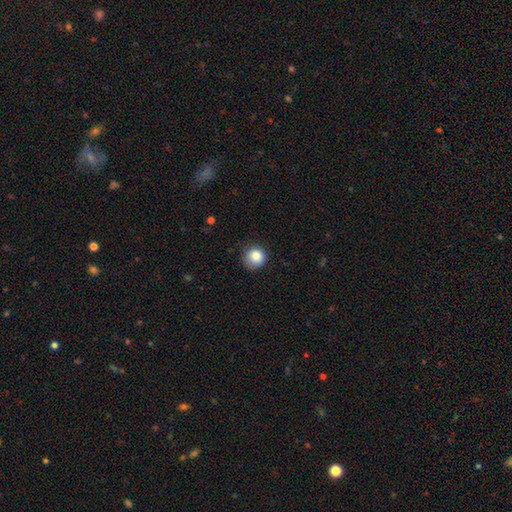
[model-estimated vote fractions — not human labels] smooth-or-featured: smooth: 86% | star or artifact: 9% | featured or disk: 5%
  how-rounded: round: 90% | in between: 9% | cigar-shaped: 1%
  merging: none: 71% | minor disturbance: 23% | major disturbance: 5% | merger: 1%